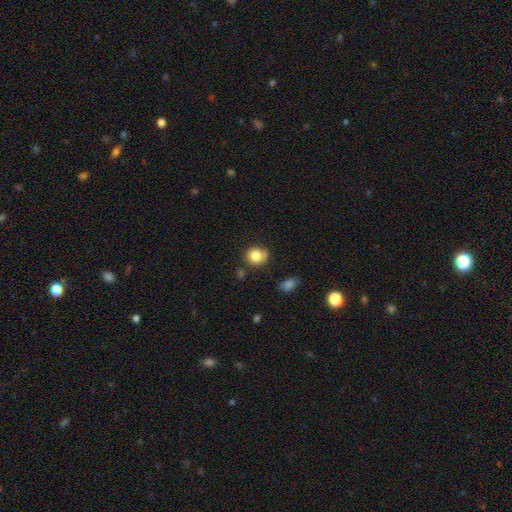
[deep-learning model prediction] Overall: smooth (81%). How rounded: round (76%). Merging: none (63%).